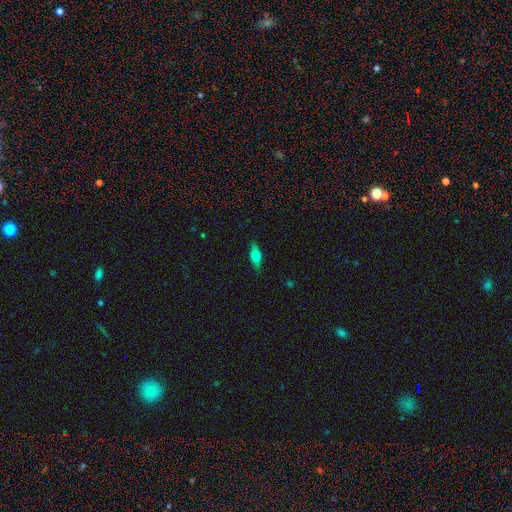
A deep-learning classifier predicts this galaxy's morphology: Overall: smooth (58%; featured or disk 35%). How rounded: in between (62%; cigar-shaped 34%). Merging: none (85%).